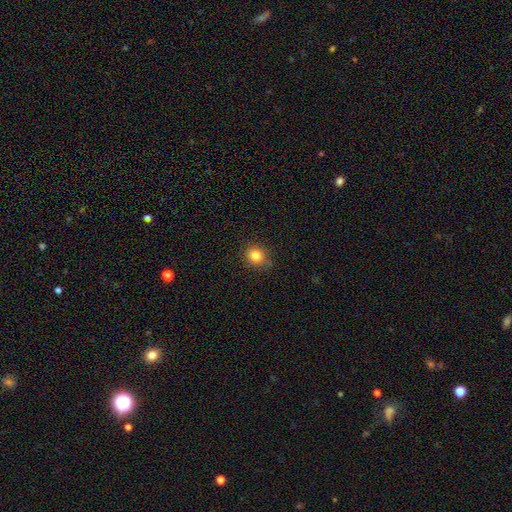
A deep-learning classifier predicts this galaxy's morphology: A smooth galaxy with no disk features (83%) that is round (83%). Merging: none (85%).